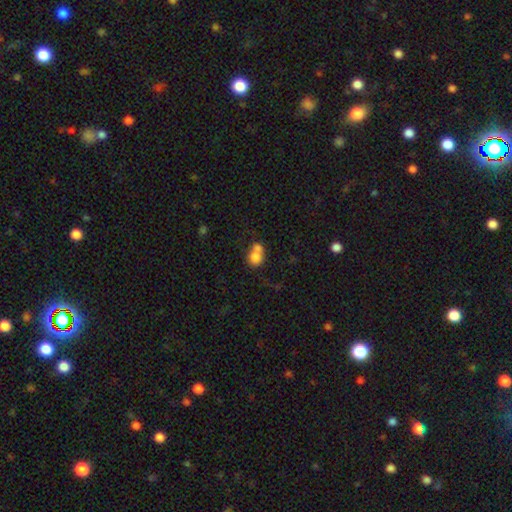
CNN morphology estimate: smooth-or-featured: smooth: 76% | featured or disk: 15% | star or artifact: 10%
  how-rounded: round: 60% | in between: 39% | cigar-shaped: 1%
  merging: merger: 60% | none: 26% | minor disturbance: 9% | major disturbance: 5%